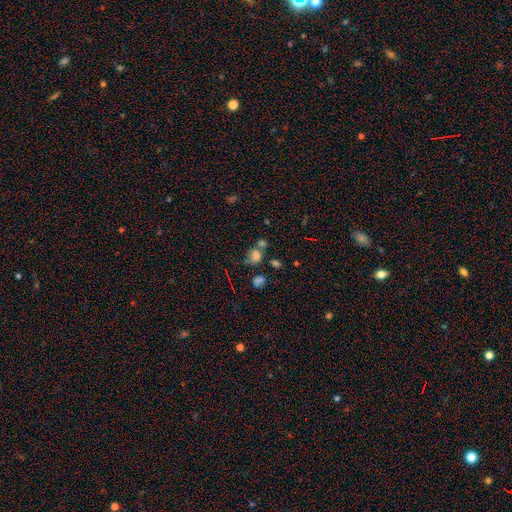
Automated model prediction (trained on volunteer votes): This is likely a smooth galaxy (70%). How rounded: likely round (60%). Merging: possibly none (50%).